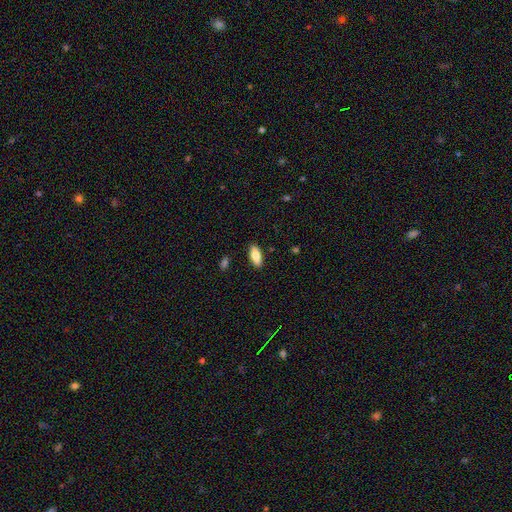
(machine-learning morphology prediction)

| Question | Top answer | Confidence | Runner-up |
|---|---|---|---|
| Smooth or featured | smooth | 79% | featured or disk (15%) |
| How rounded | in between | 80% | cigar-shaped (18%) |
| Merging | none | 88% | minor disturbance (9%) |